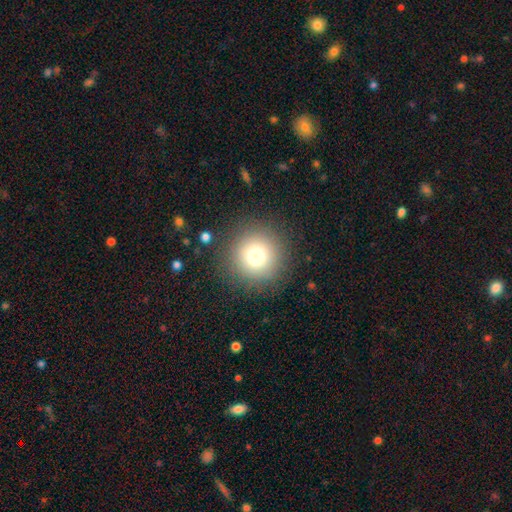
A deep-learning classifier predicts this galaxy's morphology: smooth 74%, star or artifact 15%, featured or disk 11%. Down the decision tree: how rounded — round (96%); merging — none (88%).